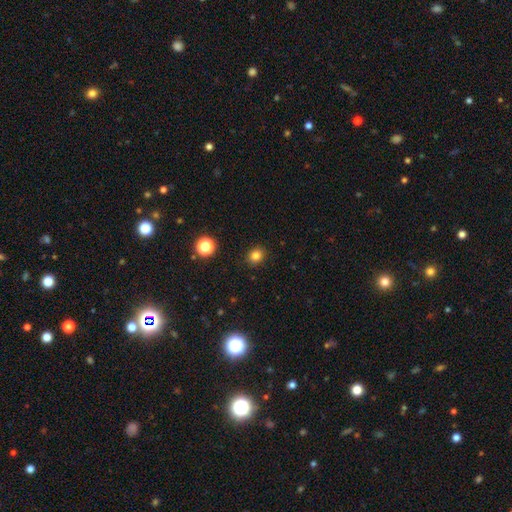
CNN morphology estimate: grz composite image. It shows a smooth galaxy with no disk features (82%) that is round (76%). Merging: none (90%).